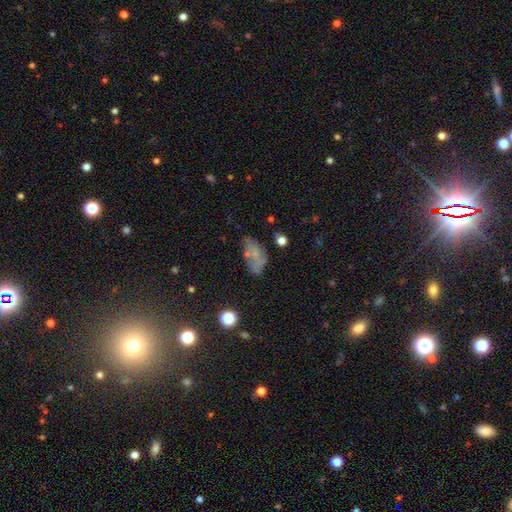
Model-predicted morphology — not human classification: smooth-or-featured: smooth: 44% | featured or disk: 37% | star or artifact: 19%
  merging: none: 46% | minor disturbance: 25% | major disturbance: 19% | merger: 10%